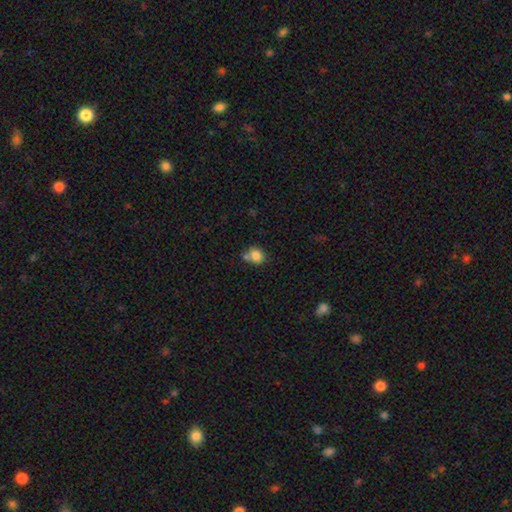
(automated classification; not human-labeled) This appears to be a smooth galaxy with no disk features (82%) that is round (61%). Merging: none (53%).